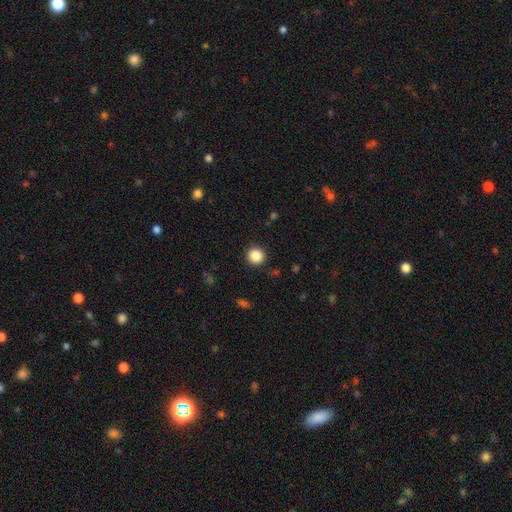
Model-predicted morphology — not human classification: This is clearly a smooth galaxy (86%). How rounded: clearly round (93%). Merging: clearly none (91%).